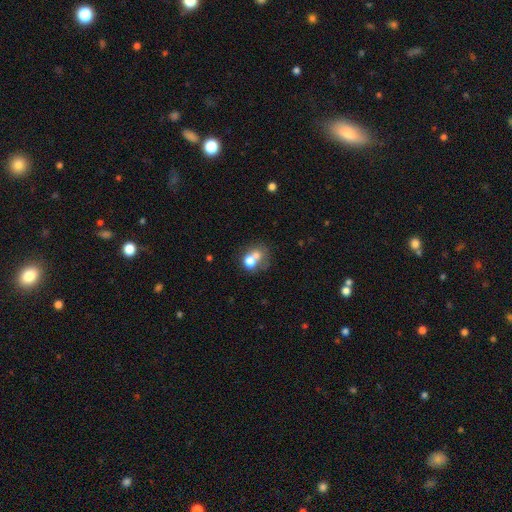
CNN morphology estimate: Overall: smooth (67%). How rounded: round (62%; in between 37%). Merging: merger (59%; none 28%).